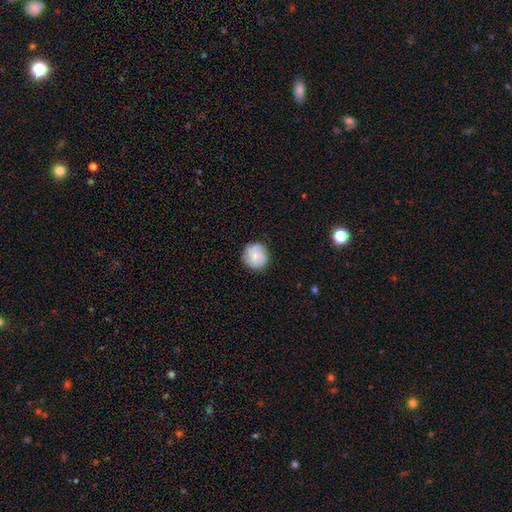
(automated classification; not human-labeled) A smooth galaxy with no disk features (56%) that is round (93%).

Vote fractions:
- Smooth or featured? smooth: 56% / featured or disk: 36% / star or artifact: 7%
- How rounded? round: 93% / in between: 6% / cigar-shaped: 1%
- Merging? none: 84% / minor disturbance: 12% / major disturbance: 3% / merger: 1%